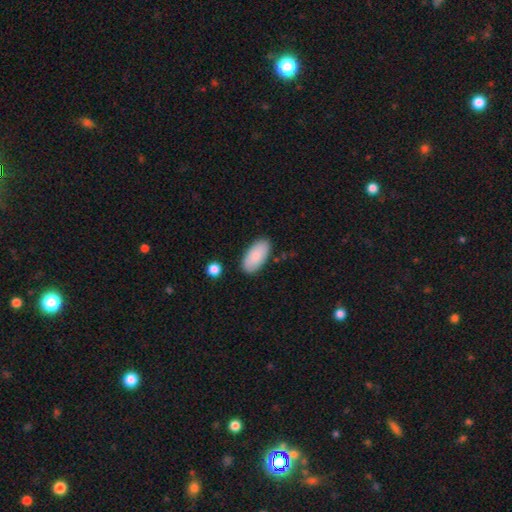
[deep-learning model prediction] A smooth galaxy with no disk features (88%) that is in between round and cigar-shaped (94%).

Vote fractions:
- Smooth or featured? smooth: 88% / featured or disk: 7% / star or artifact: 6%
- How rounded? in between: 94% / cigar-shaped: 4% / round: 2%
- Merging? none: 85% / minor disturbance: 10% / major disturbance: 2% / merger: 2%